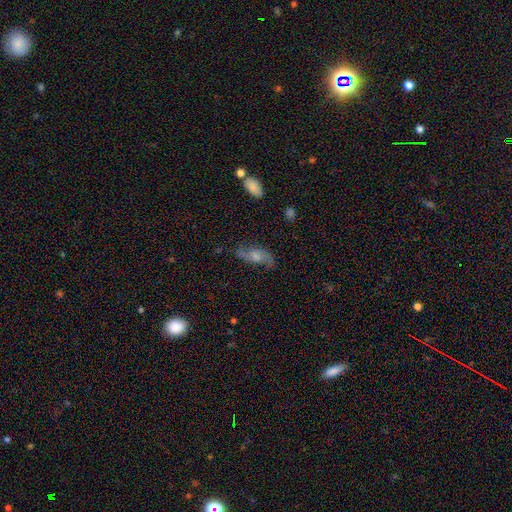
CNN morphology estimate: This is possibly a featured or disk galaxy (54%). It is clearly not viewed edge-on (89%). Merging: likely none (66%).